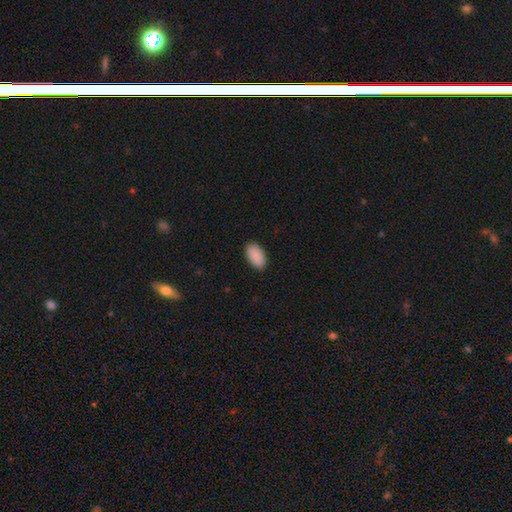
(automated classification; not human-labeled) Smooth or featured: smooth — 91% (star or artifact — 6%)
How rounded: in between — 95% (round — 3%)
Merging: none — 89% (minor disturbance — 9%)